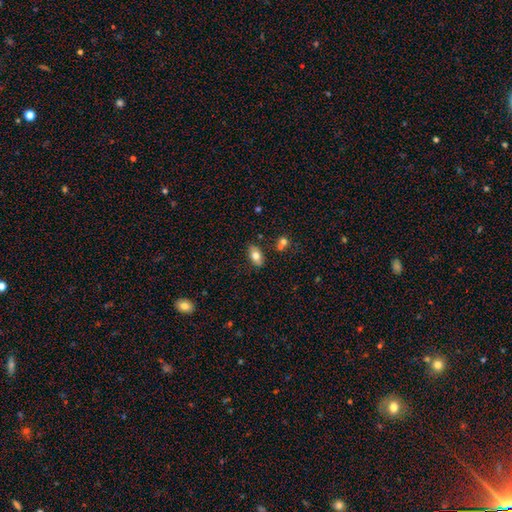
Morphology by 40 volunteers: smooth-or-featured: smooth: 72% | featured or disk: 18% | star or artifact: 10%
  how-rounded: in between: 90% | round: 7% | cigar-shaped: 3%
  merging: none: 75% | minor disturbance: 14% | major disturbance: 6% | merger: 6%